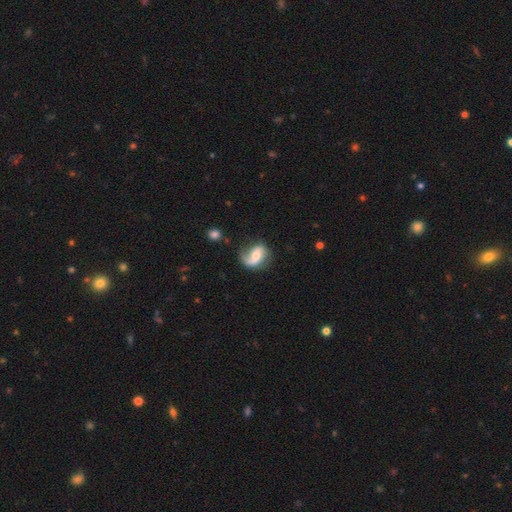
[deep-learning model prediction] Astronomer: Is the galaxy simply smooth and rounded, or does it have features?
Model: featured or disk — 79%.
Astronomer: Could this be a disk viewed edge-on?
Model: no — 98%.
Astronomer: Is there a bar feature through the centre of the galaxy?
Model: no — 47% (runner-up: weak, 38%).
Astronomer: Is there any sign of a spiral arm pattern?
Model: yes — 94%.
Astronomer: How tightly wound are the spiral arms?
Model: loose — 53% (runner-up: medium, 35%).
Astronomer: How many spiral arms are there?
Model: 2 — 63%.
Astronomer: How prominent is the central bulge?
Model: moderate — 60%.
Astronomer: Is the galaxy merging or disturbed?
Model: none — 64%.